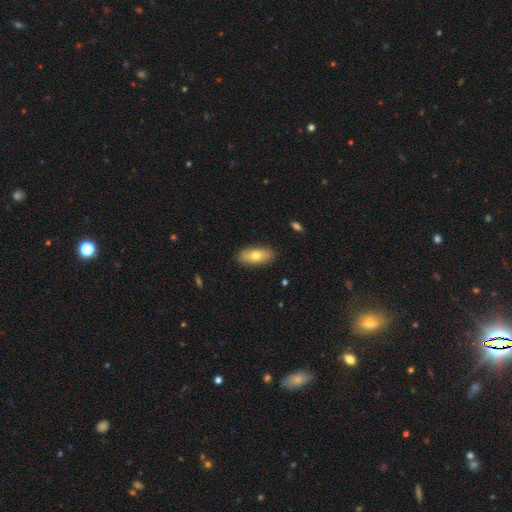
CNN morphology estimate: smooth_or_featured: smooth (p=0.69) [alt: featured or disk p=0.24]
how_rounded: in between (p=0.84) [alt: cigar-shaped p=0.12]
merging: none (p=0.87) [alt: minor disturbance p=0.10]